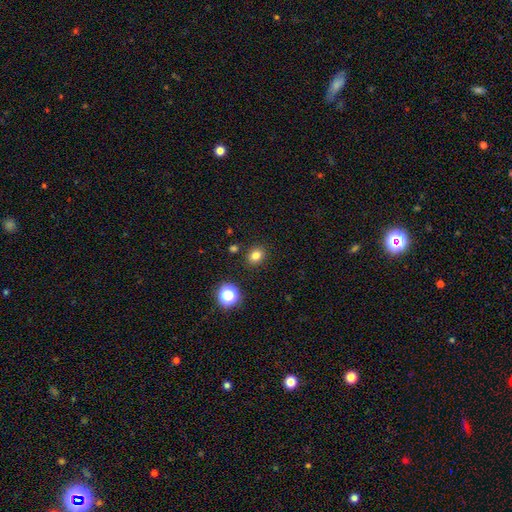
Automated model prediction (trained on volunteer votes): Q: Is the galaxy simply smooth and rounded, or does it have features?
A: smooth — 79%.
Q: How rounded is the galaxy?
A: round — 58%.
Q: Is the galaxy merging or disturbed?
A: none — 87%.